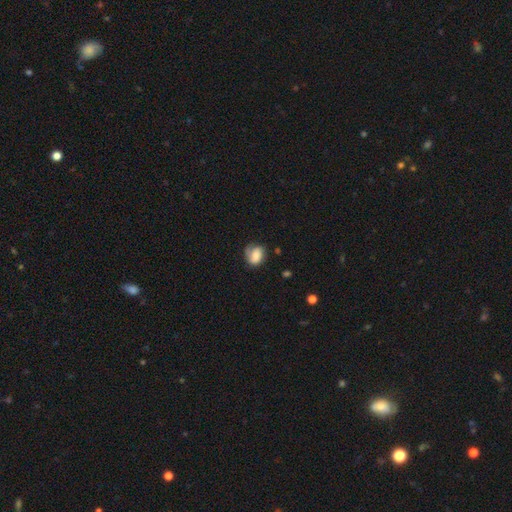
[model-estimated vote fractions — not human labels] smooth_or_featured: smooth (p=0.65) [alt: featured or disk p=0.26]
how_rounded: round (p=0.50) [alt: in between p=0.49]
merging: none (p=0.52) [alt: minor disturbance p=0.31]